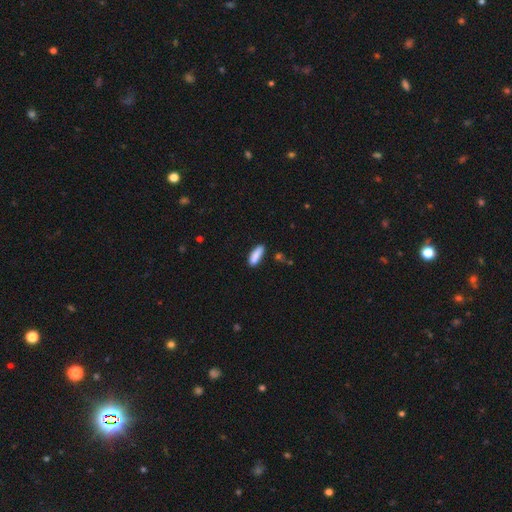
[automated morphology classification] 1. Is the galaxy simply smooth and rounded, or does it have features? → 87% smooth, 7% star or artifact, 6% featured or disk.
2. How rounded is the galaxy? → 50% in between, 48% cigar-shaped, 2% round.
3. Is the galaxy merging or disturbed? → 77% none, 16% minor disturbance, 4% merger, 3% major disturbance.